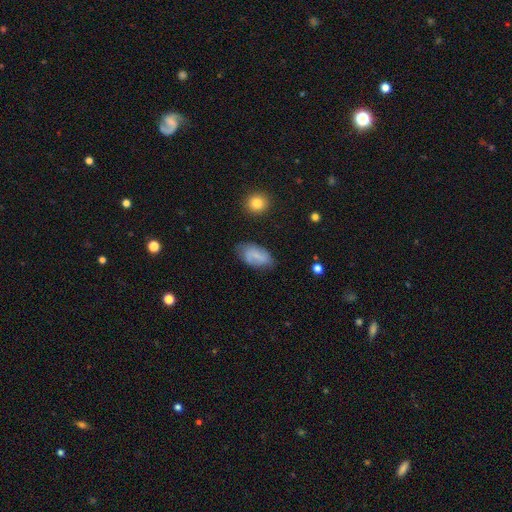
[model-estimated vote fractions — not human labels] Q: Smooth or featured?
A: smooth (56%); runner-up: featured or disk (36%)
Q: How rounded?
A: in between (92%); runner-up: round (5%)
Q: Merging?
A: none (70%); runner-up: minor disturbance (21%)